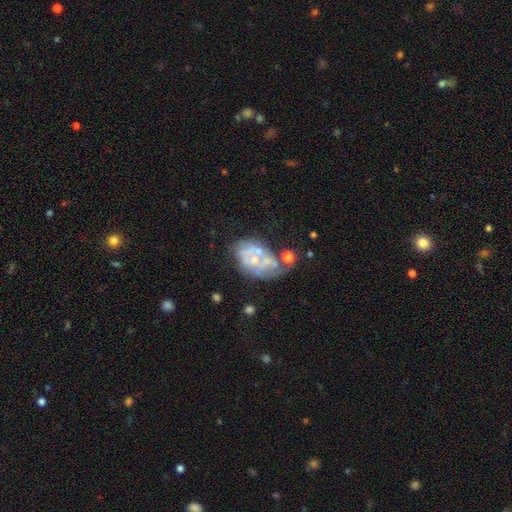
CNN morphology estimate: smooth_or_featured: featured or disk (p=0.65) [alt: smooth p=0.21]
disk_edge_on: no (p=0.97) [alt: yes p=0.03]
bar: no (p=0.83) [alt: weak p=0.13]
has_spiral_arms: no (p=0.66) [alt: yes p=0.34]
bulge_size: small (p=0.53) [alt: moderate p=0.24]
merging: none (p=0.35) [alt: major disturbance p=0.23]